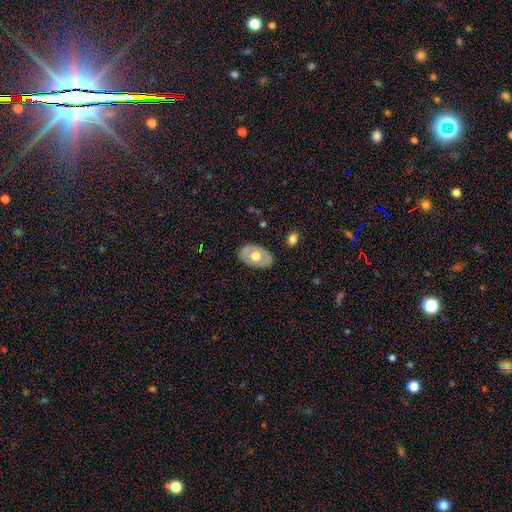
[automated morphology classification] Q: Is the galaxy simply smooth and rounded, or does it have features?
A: featured or disk — 49%.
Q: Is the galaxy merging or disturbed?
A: none — 82%.